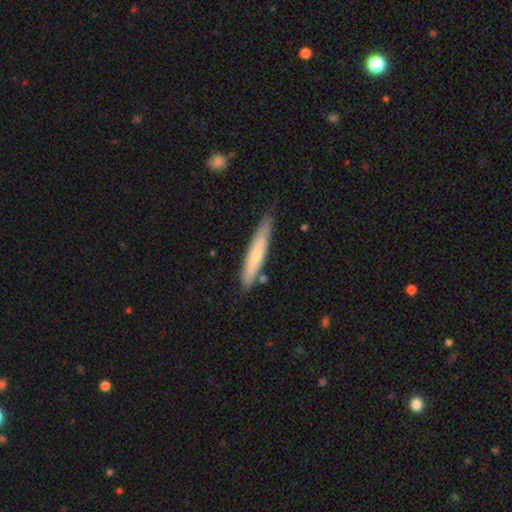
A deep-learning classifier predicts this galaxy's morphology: Smooth or featured? smooth (62%)
How rounded? cigar-shaped (91%)
Merging? none (76%)